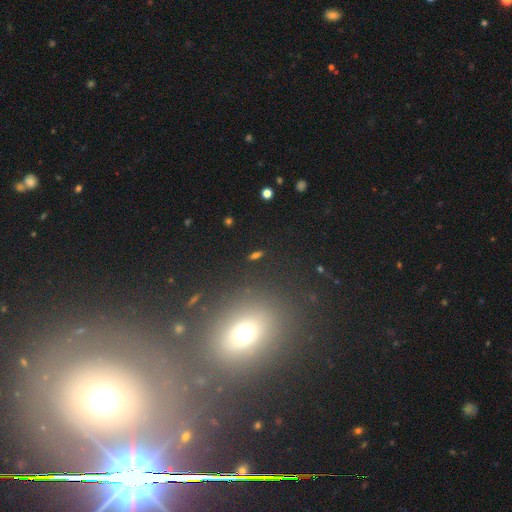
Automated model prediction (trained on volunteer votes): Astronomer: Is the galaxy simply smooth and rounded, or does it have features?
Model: smooth — 41%, tied with star or artifact at 41%.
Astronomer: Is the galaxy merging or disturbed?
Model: none — 78%.